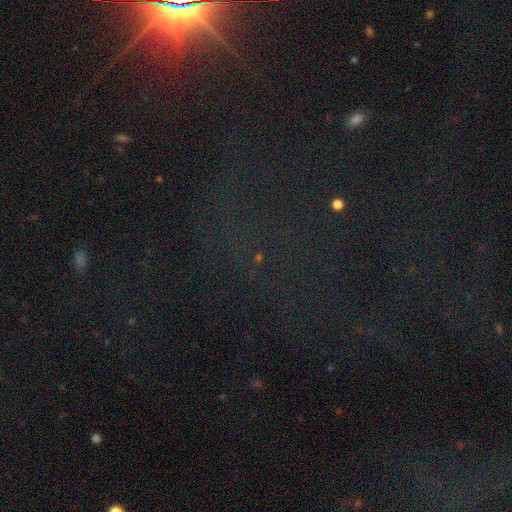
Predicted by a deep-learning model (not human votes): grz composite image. It shows a star or artifact, not a galaxy (79%).